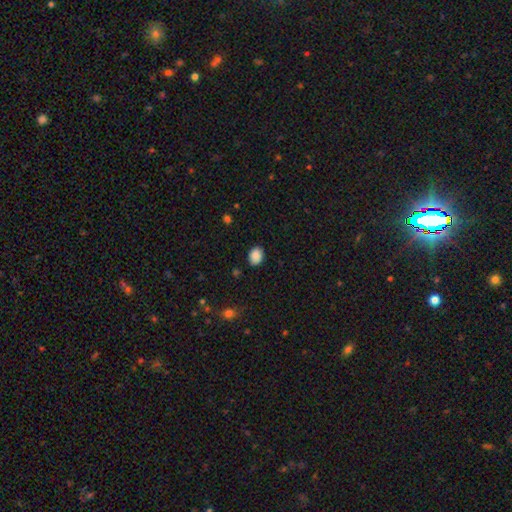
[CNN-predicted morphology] Smooth or featured? Predicted: smooth (p=0.89). How rounded? Predicted: in between (p=0.68). Merging? Predicted: none (p=0.85).